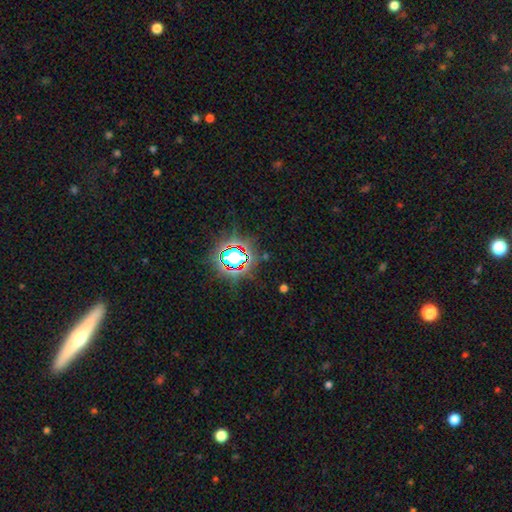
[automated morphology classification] This appears to be a star or artifact, not a galaxy (78%).